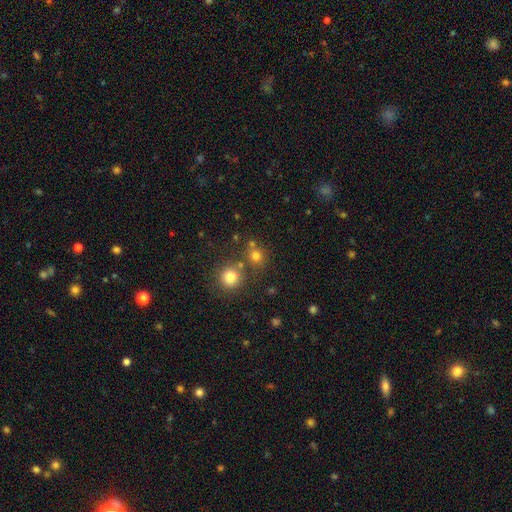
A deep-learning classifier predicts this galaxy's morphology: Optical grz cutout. It shows a smooth galaxy with no disk features (75%) that is round (84%). Merging: none (68%).